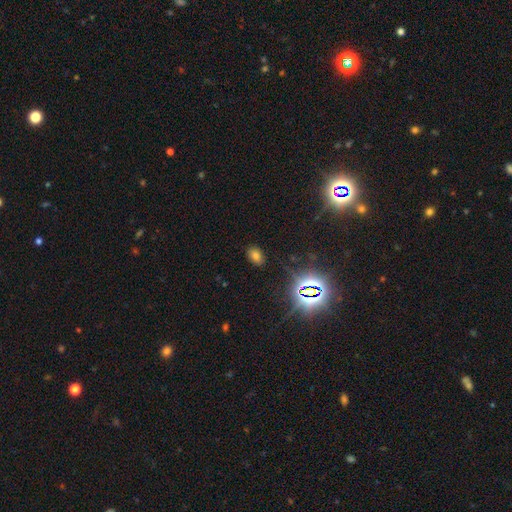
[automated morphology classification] Q: Smooth or featured?
A: smooth (56%); runner-up: star or artifact (36%)
Q: How rounded?
A: in between (86%); runner-up: round (11%)
Q: Merging?
A: none (85%); runner-up: minor disturbance (10%)